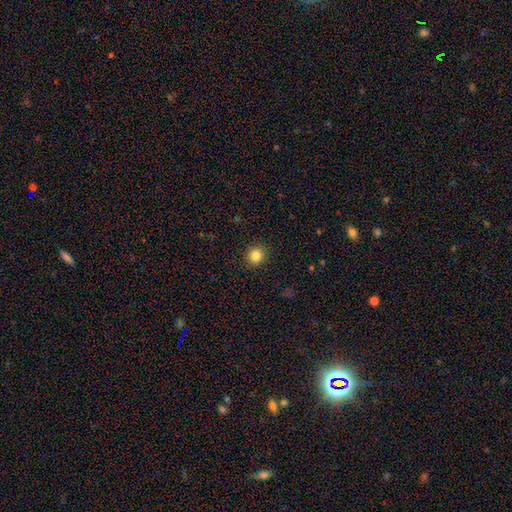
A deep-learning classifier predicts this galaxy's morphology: smooth 84%, star or artifact 11%, featured or disk 5%. Down the decision tree: how rounded — round (90%); merging — none (91%).